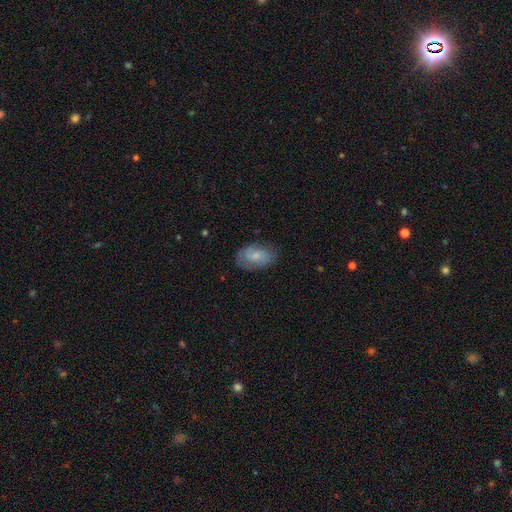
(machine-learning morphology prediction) Smooth or featured? smooth (48%)
Merging? none (73%)